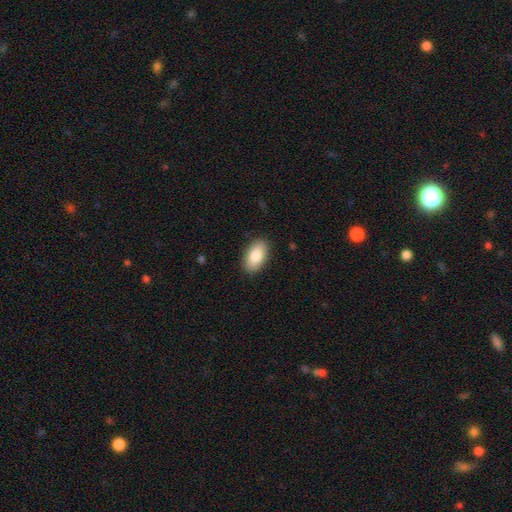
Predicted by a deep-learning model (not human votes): smooth_or_featured: smooth (p=0.85) [alt: featured or disk p=0.09]
how_rounded: in between (p=0.94) [alt: round p=0.04]
merging: none (p=0.88) [alt: minor disturbance p=0.09]